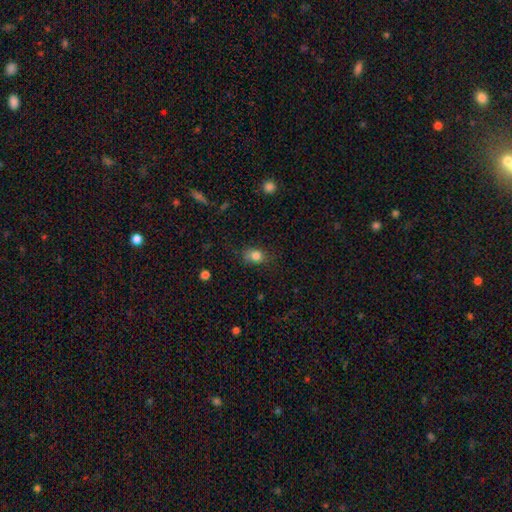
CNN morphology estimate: A smooth galaxy with no disk features (81%) that is in between round and cigar-shaped (56%).

Vote fractions:
- Smooth or featured? smooth: 81% / star or artifact: 11% / featured or disk: 8%
- How rounded? in between: 56% / round: 43% / cigar-shaped: 2%
- Merging? none: 67% / minor disturbance: 24% / major disturbance: 7% / merger: 2%